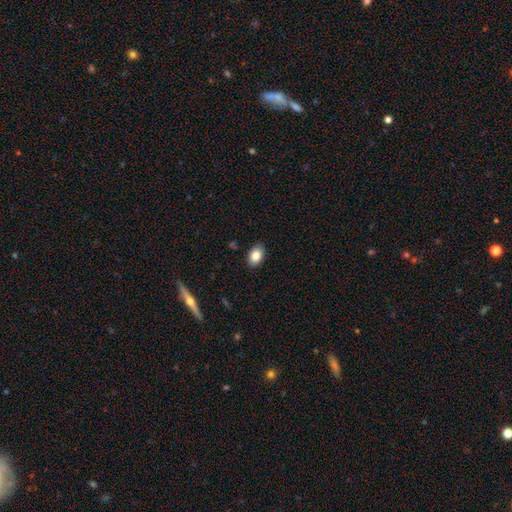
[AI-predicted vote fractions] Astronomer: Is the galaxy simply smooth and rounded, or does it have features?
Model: smooth — 84%.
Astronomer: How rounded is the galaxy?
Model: in between — 85%.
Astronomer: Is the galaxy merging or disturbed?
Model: none — 87%.